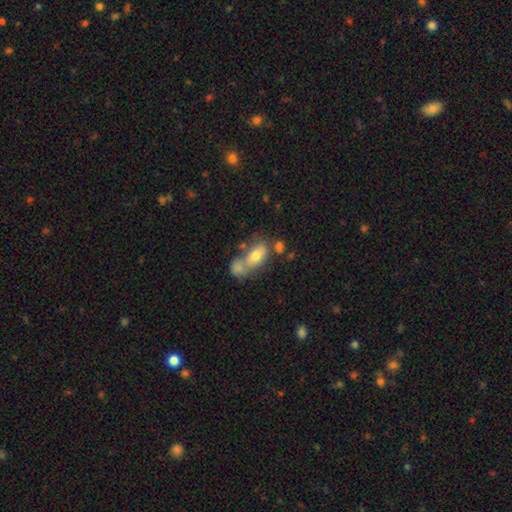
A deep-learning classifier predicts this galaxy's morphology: A smooth galaxy with no disk features (70%) that is in between round and cigar-shaped (86%). Merging: merger (50%).